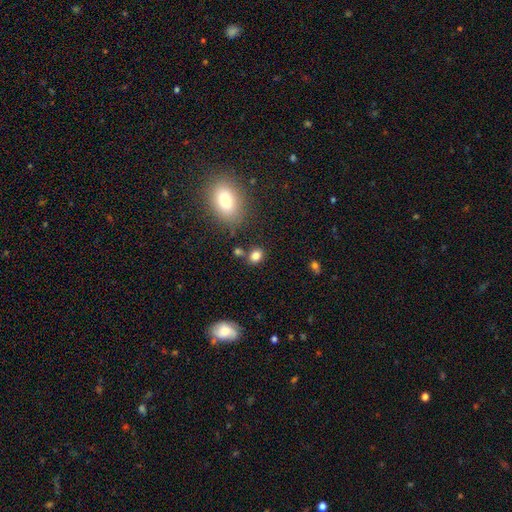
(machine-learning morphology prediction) Overall: smooth (81%). How rounded: round (52%; in between 47%). Merging: none (74%).